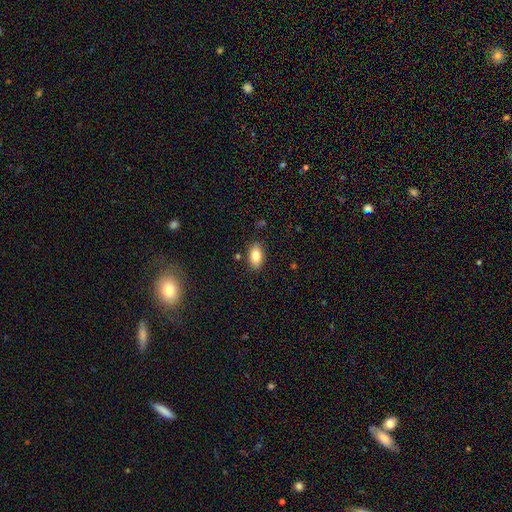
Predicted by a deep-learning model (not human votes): Smooth or featured? smooth (81%)
How rounded? in between (91%)
Merging? none (84%)